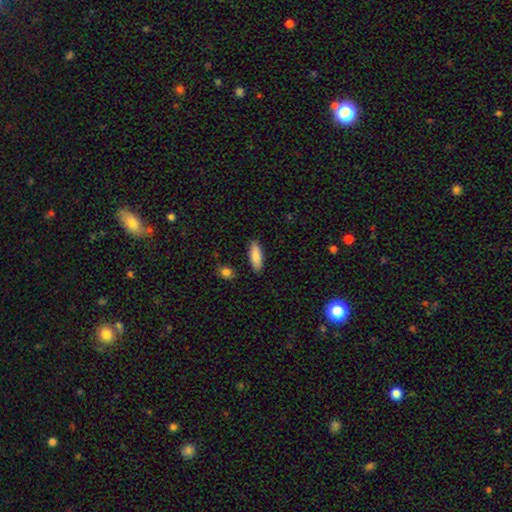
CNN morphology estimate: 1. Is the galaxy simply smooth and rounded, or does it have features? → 88% smooth, 7% featured or disk, 6% star or artifact.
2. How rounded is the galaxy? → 67% in between, 32% cigar-shaped, 2% round.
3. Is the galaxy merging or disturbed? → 87% none, 10% minor disturbance, 2% major disturbance, 2% merger.